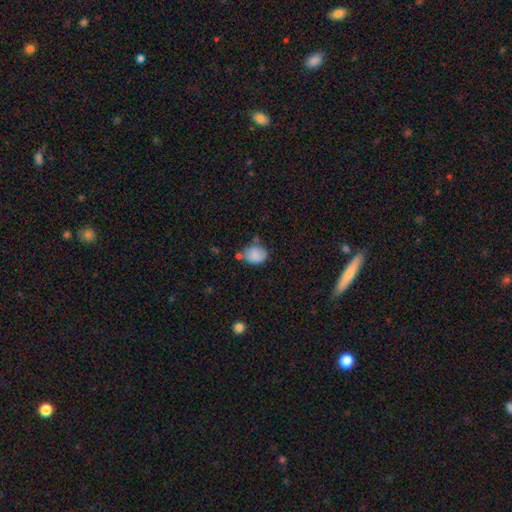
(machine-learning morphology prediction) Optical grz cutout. It shows a smooth galaxy with no disk features (84%) that is in between round and cigar-shaped (58%). Merging: none (54%).